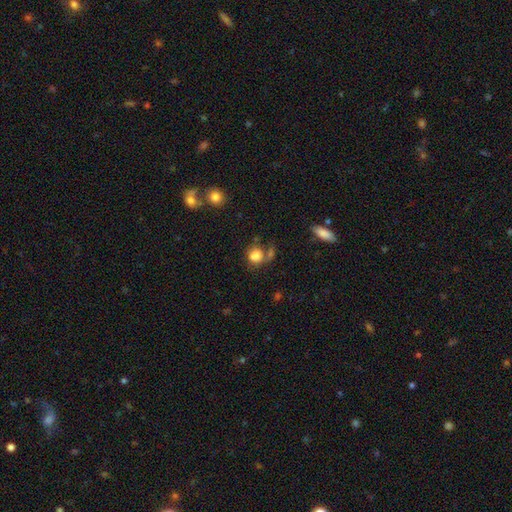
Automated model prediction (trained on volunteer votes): Smooth or featured: smooth — 80% (star or artifact — 12%)
How rounded: round — 70% (in between — 28%)
Merging: none — 45% (merger — 25%)